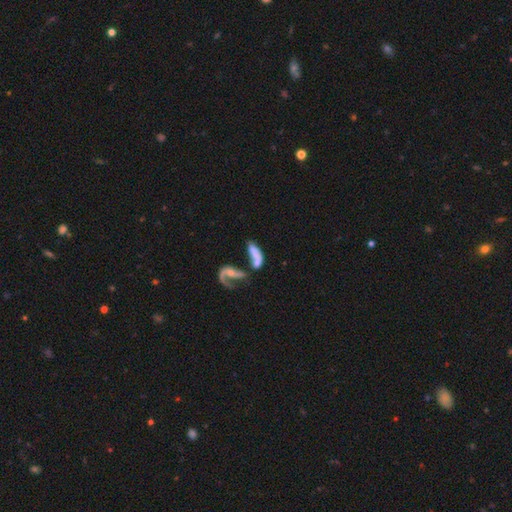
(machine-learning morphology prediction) This is possibly a featured or disk galaxy (50%). It is clearly not viewed edge-on (91%). Merging: likely merger (61%).